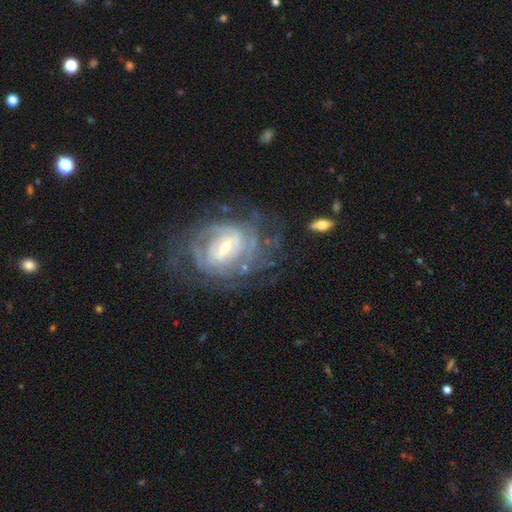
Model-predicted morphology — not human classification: type=featured or disk (80%); edge-on=no (96%); bar=weak (48%); spiral arms=yes (88%); winding=tight (66%); arm count=can't tell (49%); bulge=small (52%); merging=none (70%).